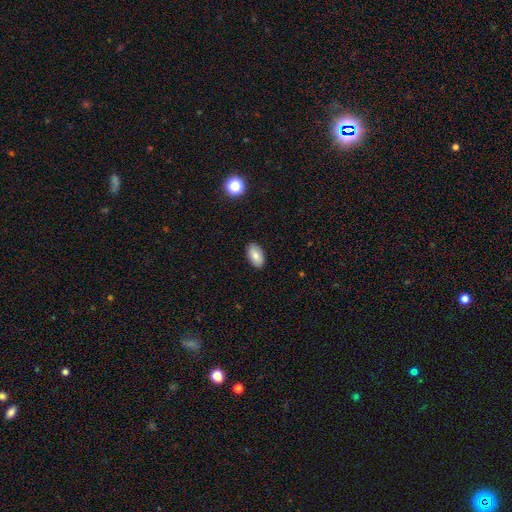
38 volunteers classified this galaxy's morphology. Smooth or featured?
  - smooth: 74% *
  - featured or disk: 21%
  - star or artifact: 5%
How rounded?
  - in between: 96% *
  - cigar-shaped: 4%
  - round: 0%
Merging?
  - none: 94% *
  - minor disturbance: 6%
  - major disturbance: 0%
  - merger: 0%